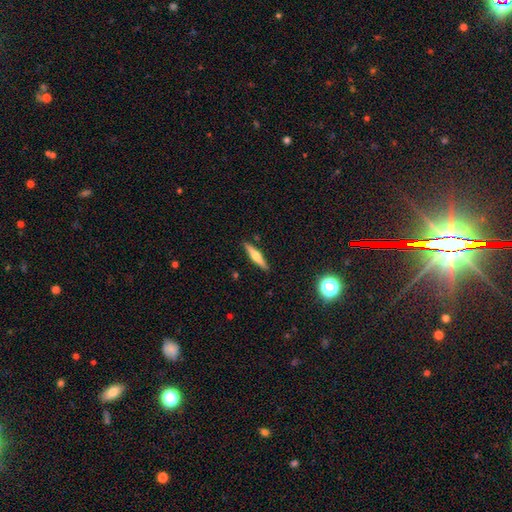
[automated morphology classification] Smooth or featured? featured or disk (54%)
Edge-on disk? yes (96%)
Edge-on bulge? rounded (87%)
Merging? none (90%)